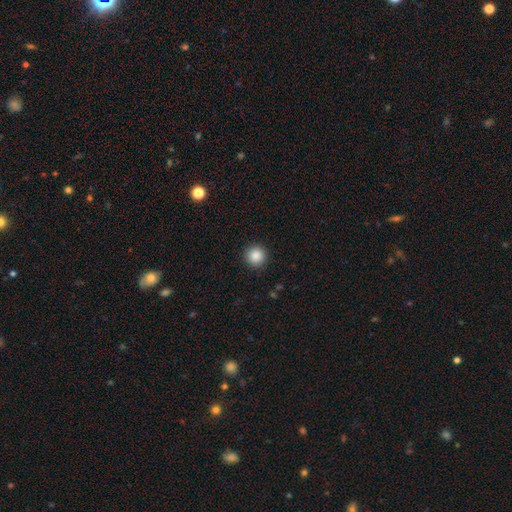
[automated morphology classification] Smooth or featured: smooth — 87% (star or artifact — 10%)
How rounded: round — 95% (in between — 4%)
Merging: none — 92% (minor disturbance — 5%)